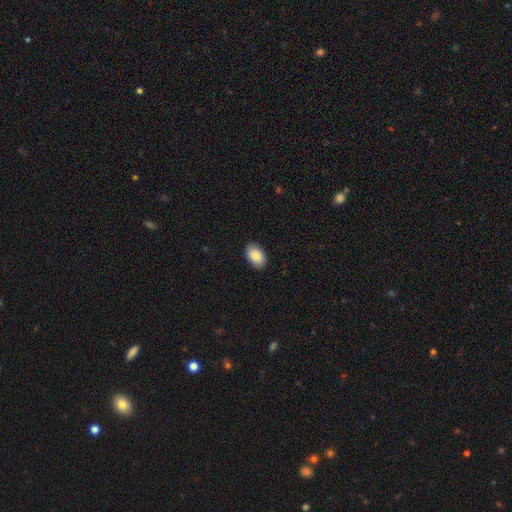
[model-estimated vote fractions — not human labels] Smooth or featured?
  - smooth: 89% *
  - star or artifact: 6%
  - featured or disk: 5%
How rounded?
  - in between: 92% *
  - round: 7%
  - cigar-shaped: 1%
Merging?
  - none: 88% *
  - minor disturbance: 9%
  - major disturbance: 2%
  - merger: 1%